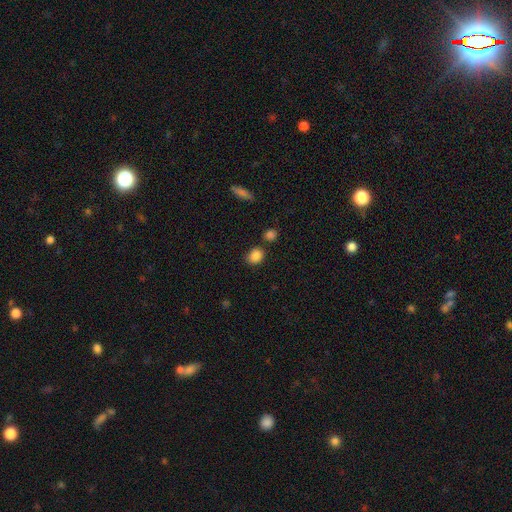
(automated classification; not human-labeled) Smooth or featured: smooth — 86% (star or artifact — 10%)
How rounded: round — 60% (in between — 39%)
Merging: none — 74% (minor disturbance — 14%)